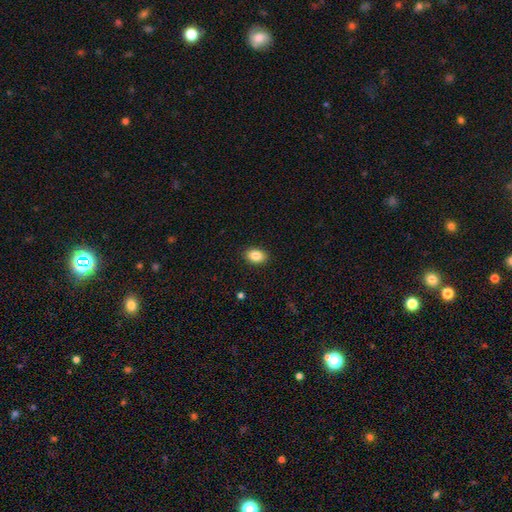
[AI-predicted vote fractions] A smooth galaxy with no disk features (86%) that is in between round and cigar-shaped (82%). Merging: none (90%).